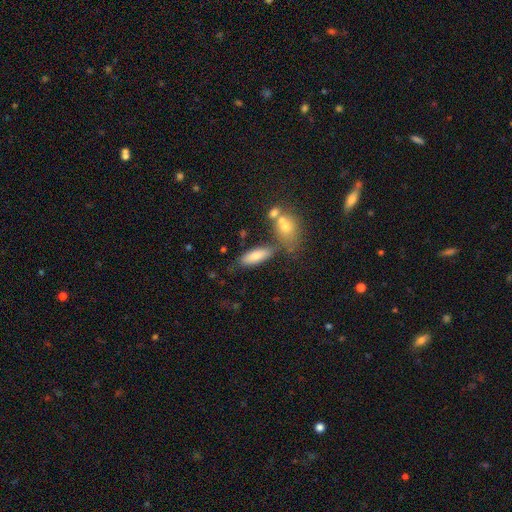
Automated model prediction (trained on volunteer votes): smooth 72%, featured or disk 17%, star or artifact 11%. Down the decision tree: how rounded — in between (63%); merging — none (64%).